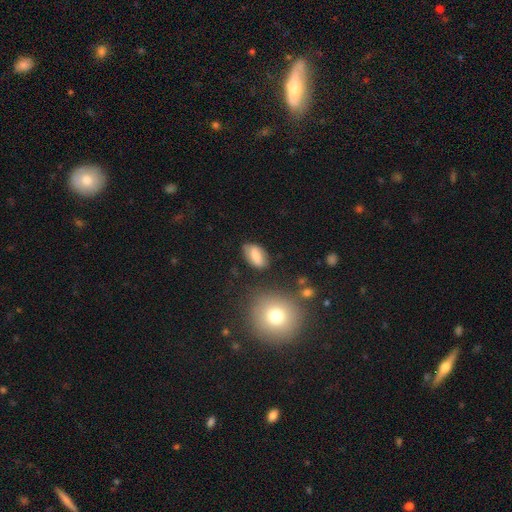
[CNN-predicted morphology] smooth_or_featured: smooth (p=0.73) [alt: featured or disk p=0.19]
how_rounded: in between (p=0.90) [alt: cigar-shaped p=0.05]
merging: none (p=0.74) [alt: minor disturbance p=0.18]